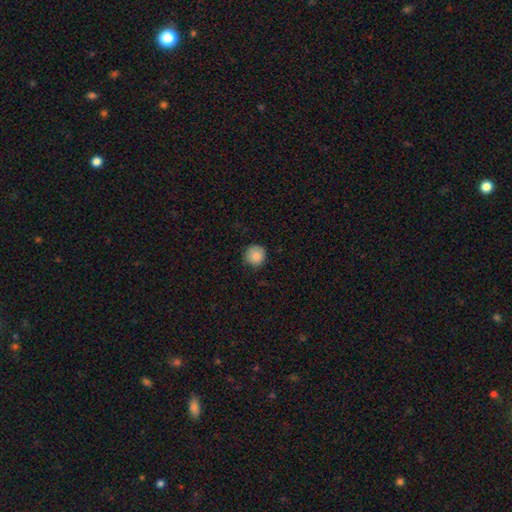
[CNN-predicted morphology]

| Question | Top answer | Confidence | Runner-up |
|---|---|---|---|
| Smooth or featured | smooth | 86% | star or artifact (9%) |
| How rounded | round | 94% | in between (5%) |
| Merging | none | 83% | minor disturbance (14%) |